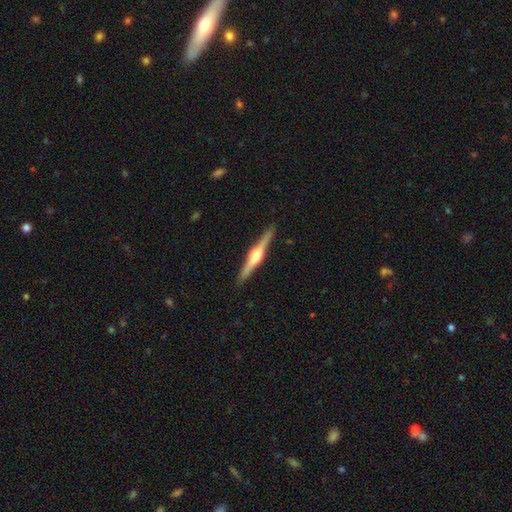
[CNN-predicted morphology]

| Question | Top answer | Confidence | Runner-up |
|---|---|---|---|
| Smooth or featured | featured or disk | 79% | smooth (16%) |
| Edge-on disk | yes | 99% | no (1%) |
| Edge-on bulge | rounded | 92% | boxy (6%) |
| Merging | none | 91% | minor disturbance (6%) |